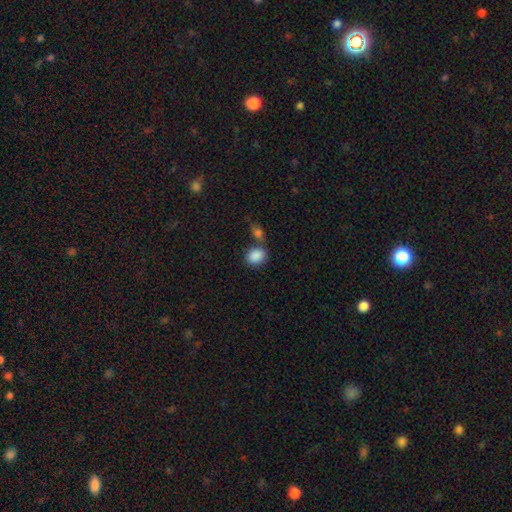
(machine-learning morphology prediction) Smooth or featured? Predicted: smooth (p=0.88). How rounded? Predicted: in between (p=0.62). Merging? Predicted: none (p=0.60).